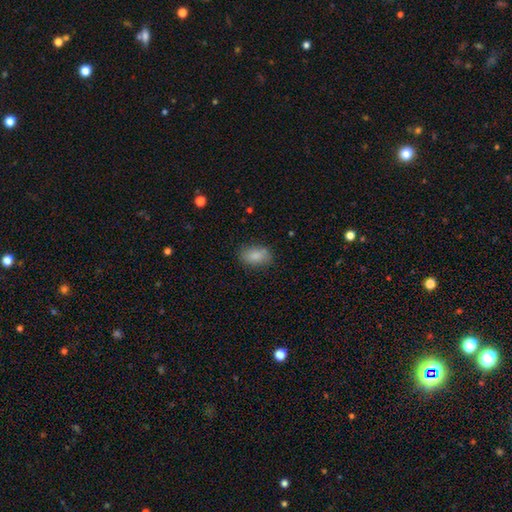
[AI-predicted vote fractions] smooth_or_featured: smooth (p=0.86) [alt: star or artifact p=0.08]
how_rounded: in between (p=0.89) [alt: round p=0.09]
merging: none (p=0.79) [alt: minor disturbance p=0.15]